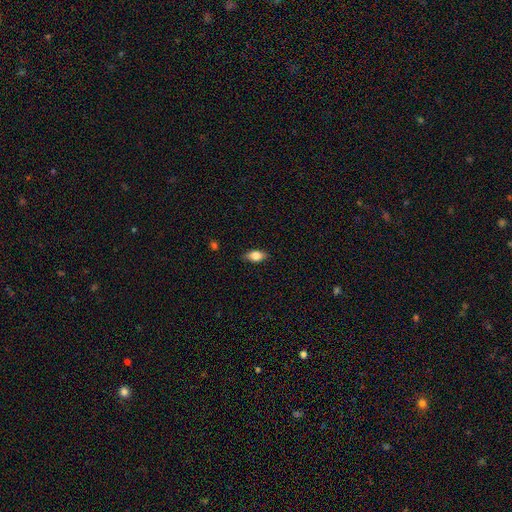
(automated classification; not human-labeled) smooth-or-featured: smooth: 75% | featured or disk: 18% | star or artifact: 8%
  how-rounded: in between: 85% | cigar-shaped: 9% | round: 6%
  merging: none: 84% | minor disturbance: 12% | major disturbance: 3% | merger: 1%